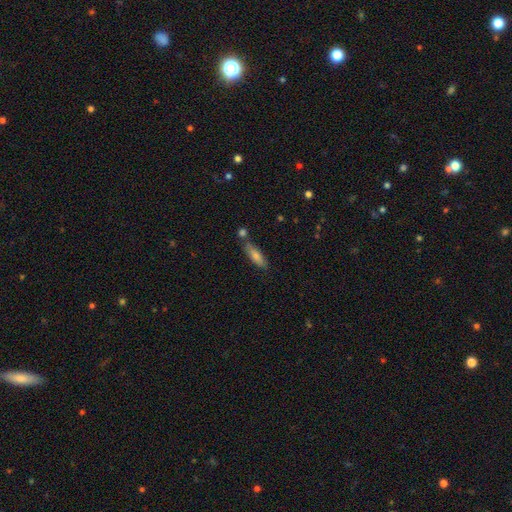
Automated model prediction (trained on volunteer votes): A smooth galaxy with no disk features (70%) that is cigar-shaped (55%). Merging: none (73%).